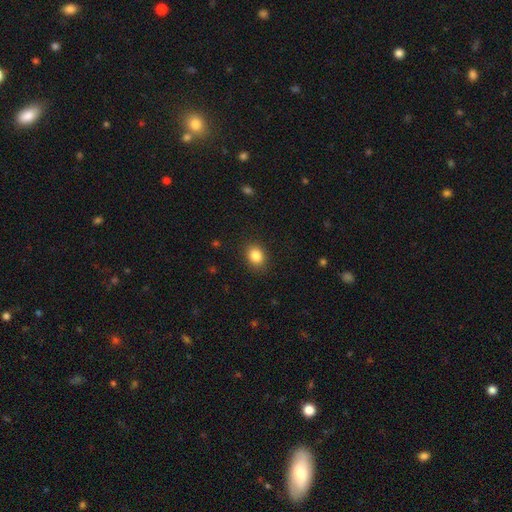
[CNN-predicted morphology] A smooth galaxy with no disk features (85%) that is in between round and cigar-shaped (52%).

Vote fractions:
- Smooth or featured? smooth: 85% / star or artifact: 10% / featured or disk: 5%
- How rounded? in between: 52% / round: 47% / cigar-shaped: 1%
- Merging? none: 87% / minor disturbance: 9% / major disturbance: 3% / merger: 1%